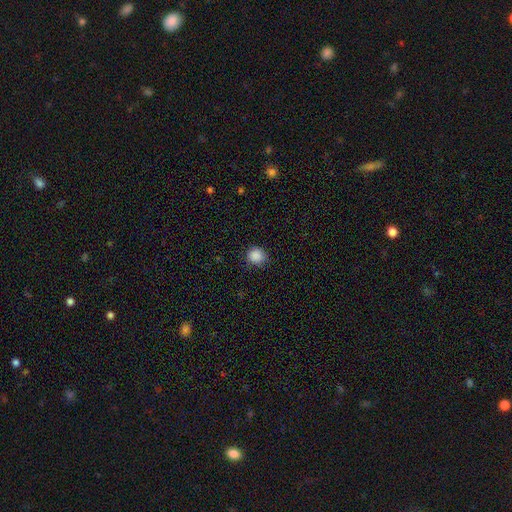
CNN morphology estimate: This appears to be a smooth galaxy with no disk features (87%) that is round (84%). Merging: none (80%).